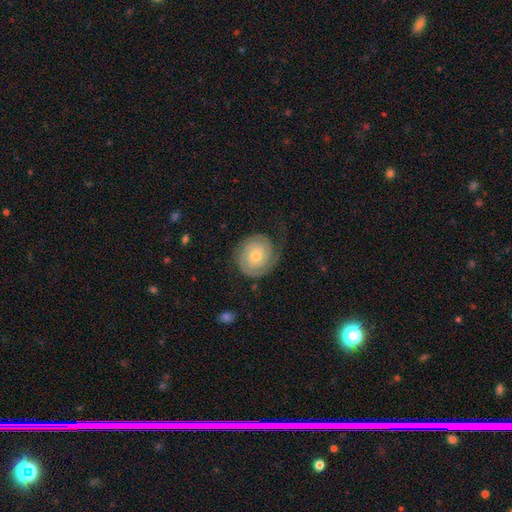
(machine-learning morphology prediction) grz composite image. It shows a featured or disk galaxy (76%) with no bar (77%), 2 (57%) tight (73%) spiral arms (95%) and a small central bulge (57%). Merging: none (69%).